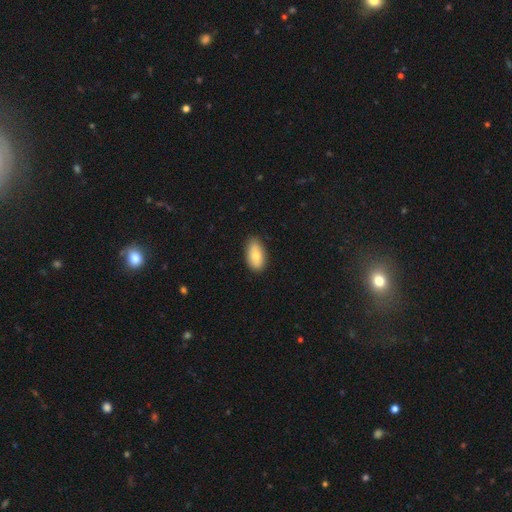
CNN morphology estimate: Overall: smooth (77%). How rounded: in between (92%). Merging: none (83%).